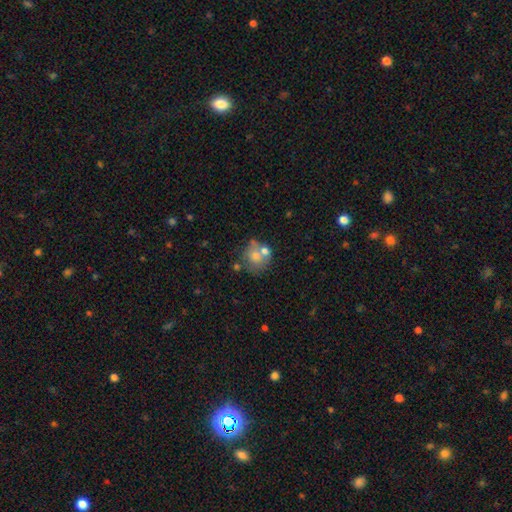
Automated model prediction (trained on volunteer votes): This is likely a smooth galaxy (60%). How rounded: likely round (76%). Merging: possibly none (47%).